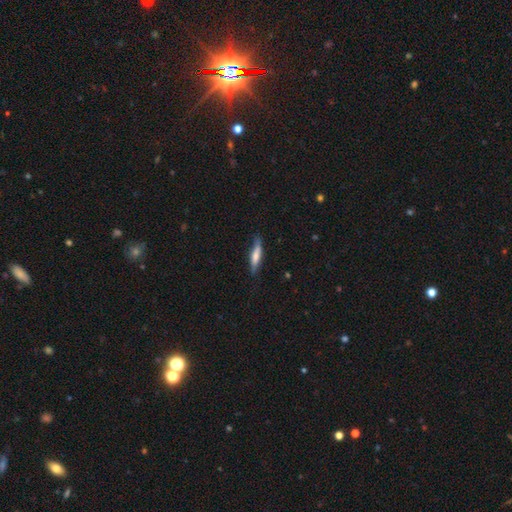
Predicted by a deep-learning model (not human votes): Smooth or featured: smooth — 59% (featured or disk — 35%)
How rounded: cigar-shaped — 83% (in between — 15%)
Merging: none — 79% (minor disturbance — 17%)